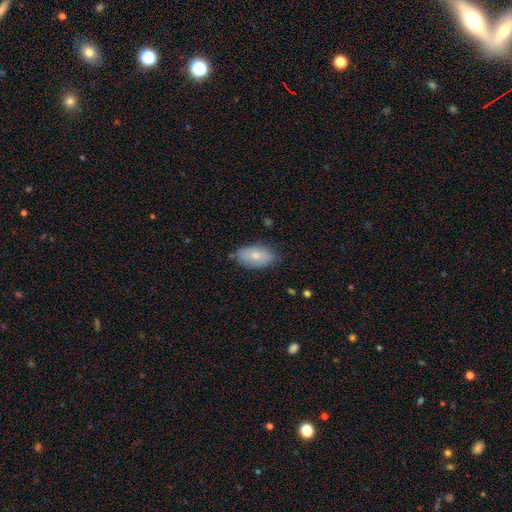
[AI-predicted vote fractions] smooth-or-featured: smooth: 75% | featured or disk: 19% | star or artifact: 7%
  how-rounded: in between: 92% | round: 6% | cigar-shaped: 2%
  merging: none: 75% | minor disturbance: 20% | major disturbance: 3% | merger: 2%